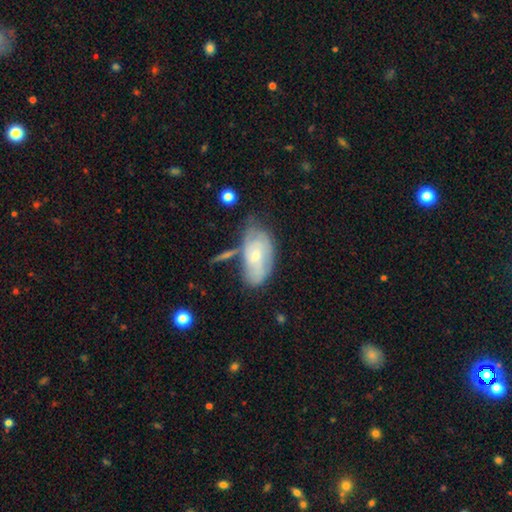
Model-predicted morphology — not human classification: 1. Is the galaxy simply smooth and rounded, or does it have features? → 57% featured or disk, 36% smooth, 7% star or artifact.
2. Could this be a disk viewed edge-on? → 91% no, 9% yes.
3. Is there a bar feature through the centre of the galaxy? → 70% no, 25% weak, 5% strong.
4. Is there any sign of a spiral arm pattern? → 71% yes, 29% no.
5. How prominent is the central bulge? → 59% small, 36% moderate, 2% large, 2% none, 1% dominant.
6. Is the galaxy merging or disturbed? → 47% none, 28% minor disturbance, 13% merger, 12% major disturbance.